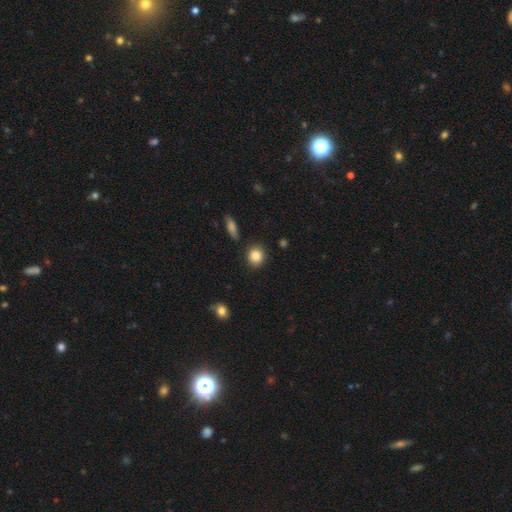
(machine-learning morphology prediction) This is clearly a smooth galaxy (86%). How rounded: clearly round (83%). Merging: clearly none (85%).